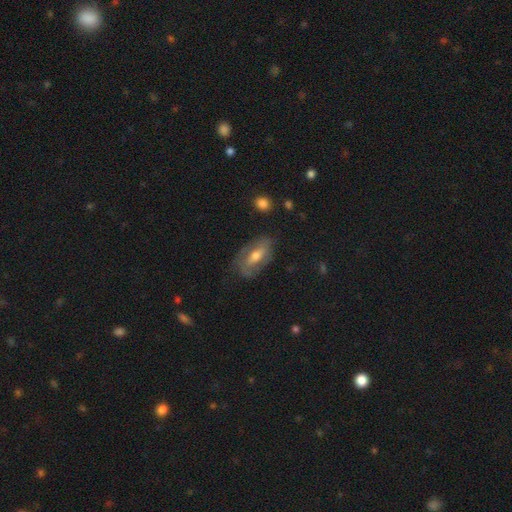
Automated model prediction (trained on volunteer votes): Smooth or featured?
  - featured or disk: 57% *
  - smooth: 35%
  - star or artifact: 8%
Edge-on disk?
  - no: 85% *
  - yes: 15%
Merging?
  - none: 70% *
  - minor disturbance: 20%
  - major disturbance: 8%
  - merger: 2%